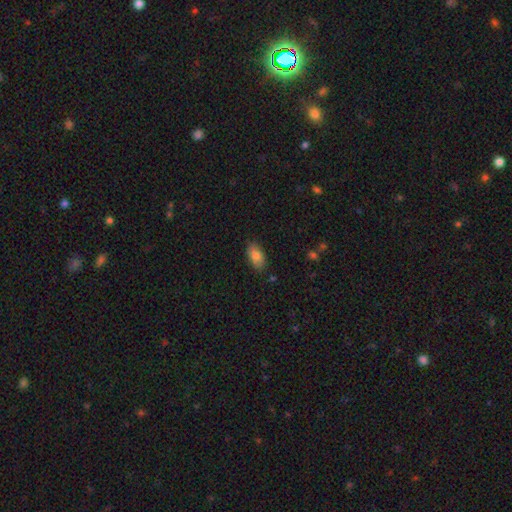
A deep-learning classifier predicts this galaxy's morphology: smooth-or-featured: smooth: 83% | featured or disk: 9% | star or artifact: 8%
  how-rounded: in between: 92% | cigar-shaped: 5% | round: 4%
  merging: none: 82% | minor disturbance: 13% | major disturbance: 3% | merger: 2%